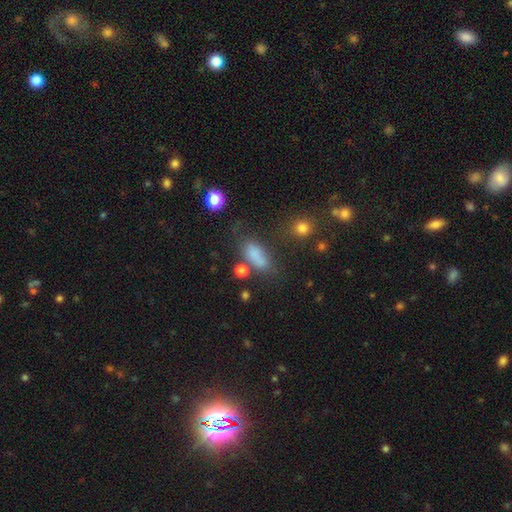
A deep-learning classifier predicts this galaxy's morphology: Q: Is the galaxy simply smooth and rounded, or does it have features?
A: smooth — 75%.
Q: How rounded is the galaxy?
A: in between — 78%.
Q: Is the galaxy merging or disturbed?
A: none — 51%.